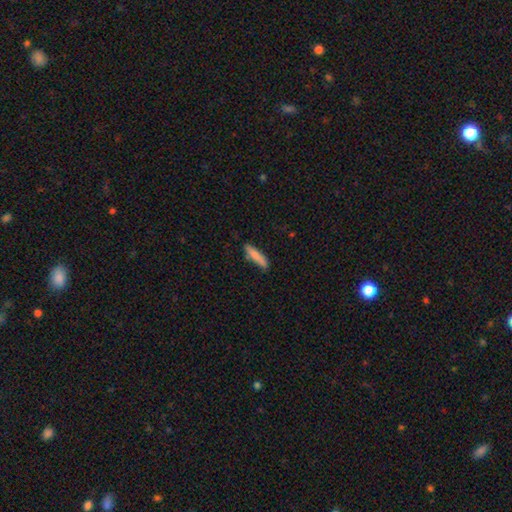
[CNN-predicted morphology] This appears to be a smooth galaxy with no disk features (81%) that is cigar-shaped (81%). Merging: none (78%).